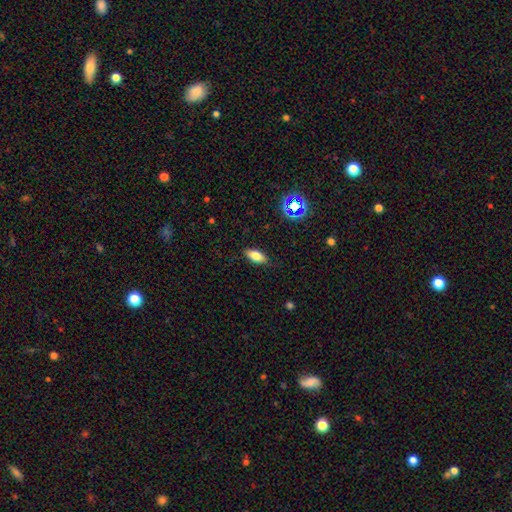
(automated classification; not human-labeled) This is likely a smooth galaxy (75%). How rounded: clearly in between (82%). Merging: clearly none (85%).